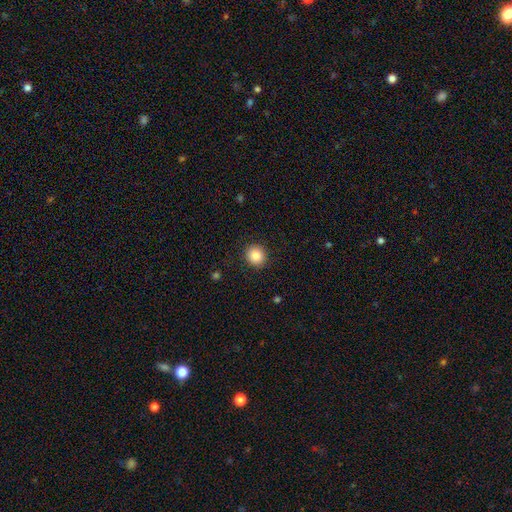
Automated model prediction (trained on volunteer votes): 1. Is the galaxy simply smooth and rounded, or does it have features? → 85% smooth, 10% star or artifact, 5% featured or disk.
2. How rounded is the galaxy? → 89% round, 10% in between, 1% cigar-shaped.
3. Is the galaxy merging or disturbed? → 91% none, 6% minor disturbance, 2% major disturbance, 1% merger.